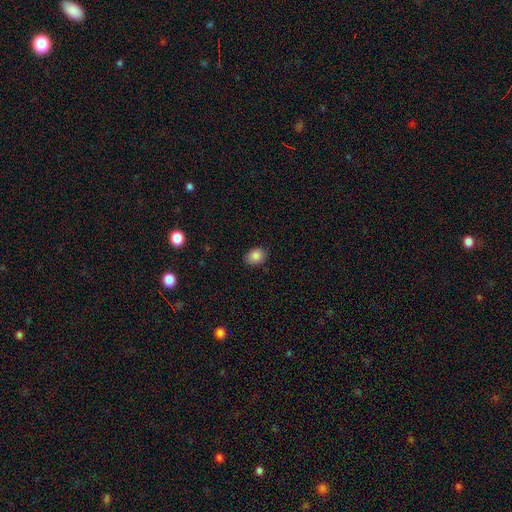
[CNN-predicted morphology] A smooth galaxy with no disk features (86%) that is in between round and cigar-shaped (55%).

Vote fractions:
- Smooth or featured? smooth: 86% / star or artifact: 9% / featured or disk: 5%
- How rounded? in between: 55% / round: 44% / cigar-shaped: 1%
- Merging? none: 84% / minor disturbance: 13% / major disturbance: 2% / merger: 1%